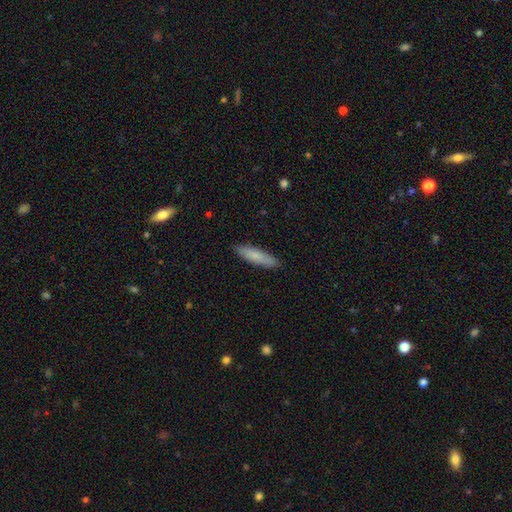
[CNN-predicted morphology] type=smooth (80%); roundness=cigar-shaped (76%); merging=none (89%).